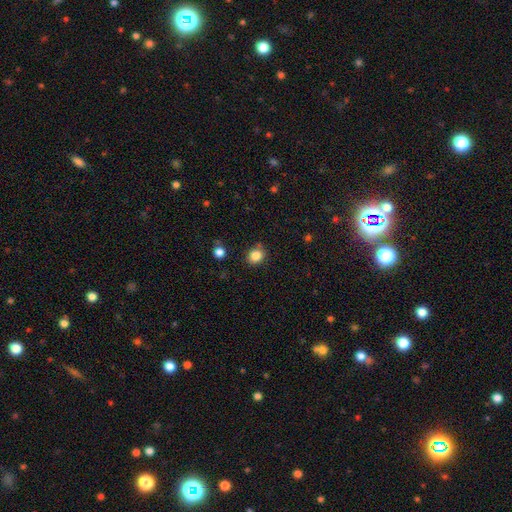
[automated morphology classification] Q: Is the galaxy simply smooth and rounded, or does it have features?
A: smooth — 85%.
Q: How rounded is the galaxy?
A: round — 71%.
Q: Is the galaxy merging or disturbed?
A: none — 82%.